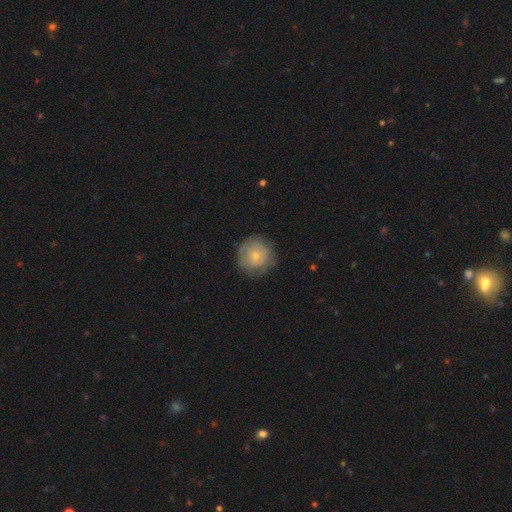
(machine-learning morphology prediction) smooth-or-featured: smooth: 59% | featured or disk: 34% | star or artifact: 7%
  how-rounded: round: 90% | in between: 9% | cigar-shaped: 1%
  merging: none: 72% | minor disturbance: 20% | major disturbance: 7% | merger: 1%